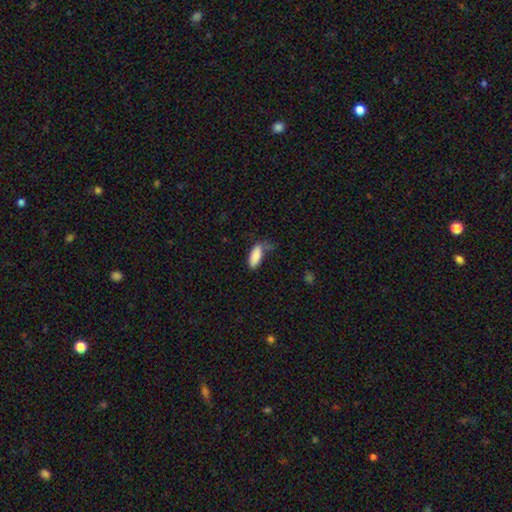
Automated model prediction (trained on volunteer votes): smooth-or-featured: smooth: 86% | star or artifact: 7% | featured or disk: 7%
  how-rounded: in between: 82% | cigar-shaped: 16% | round: 2%
  merging: none: 47% | minor disturbance: 35% | major disturbance: 13% | merger: 5%